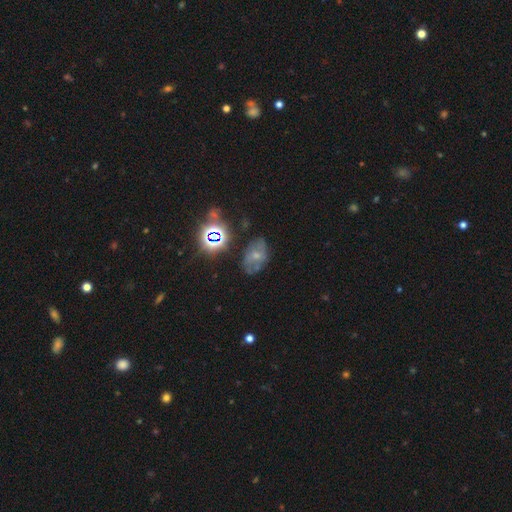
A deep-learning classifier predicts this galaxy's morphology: type=featured or disk (41%); merging=none (61%).